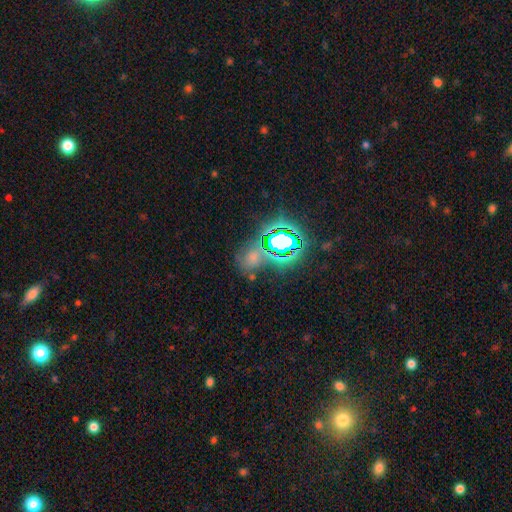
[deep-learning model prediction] Morphology: type=star or artifact (61%).